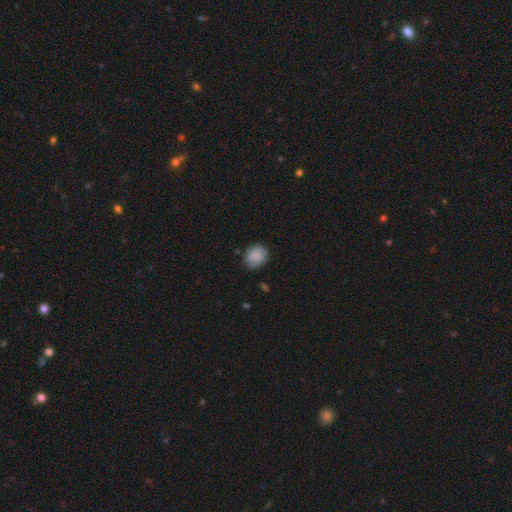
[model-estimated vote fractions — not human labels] The model was most divided on "how rounded": round: 62%, in between: 37%, cigar-shaped: 1%. More confident: smooth or featured — smooth (85%); merging — none (74%).